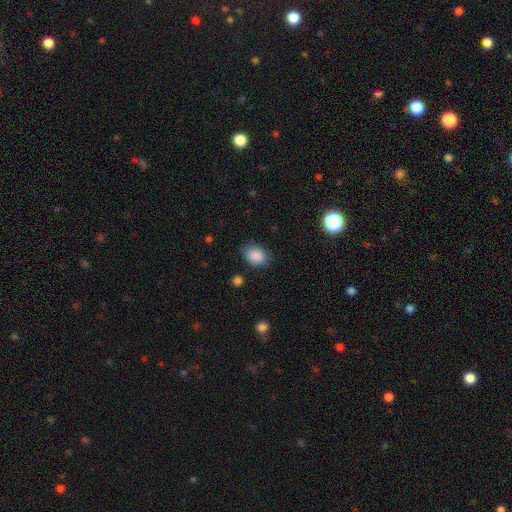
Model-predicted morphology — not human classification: smooth_or_featured: smooth (p=0.87) [alt: star or artifact p=0.08]
how_rounded: in between (p=0.70) [alt: round p=0.29]
merging: none (p=0.77) [alt: minor disturbance p=0.17]